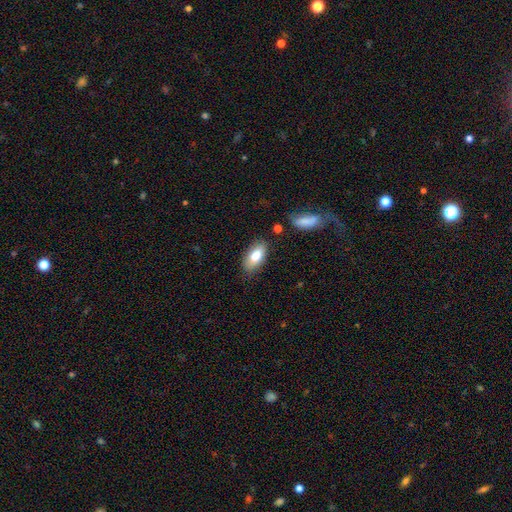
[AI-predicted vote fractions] Overall: smooth (81%). How rounded: in between (90%). Merging: none (80%).